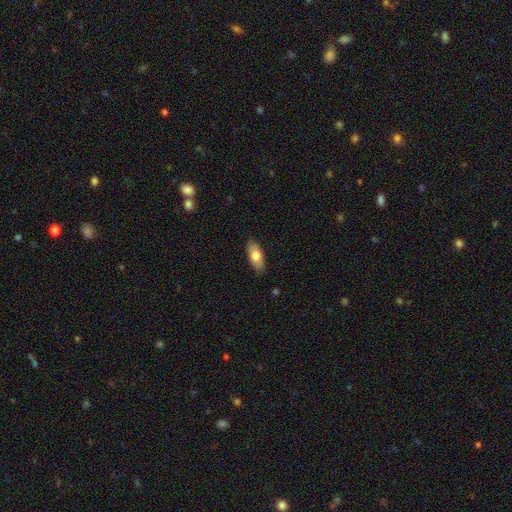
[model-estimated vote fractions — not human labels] Overall: smooth (75%). How rounded: in between (87%). Merging: none (87%).